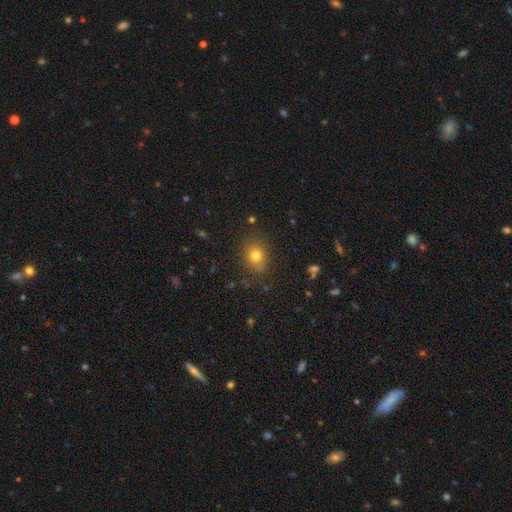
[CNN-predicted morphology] Smooth or featured? smooth (77%)
How rounded? round (55%)
Merging? none (83%)